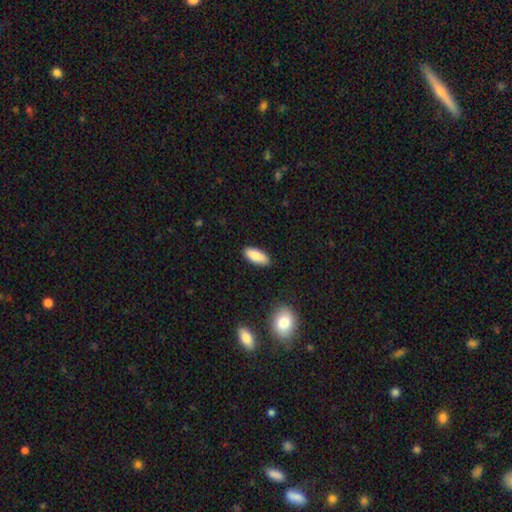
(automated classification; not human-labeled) smooth-or-featured: smooth: 85% | featured or disk: 9% | star or artifact: 6%
  how-rounded: in between: 81% | cigar-shaped: 17% | round: 2%
  merging: none: 88% | minor disturbance: 9% | major disturbance: 2% | merger: 1%